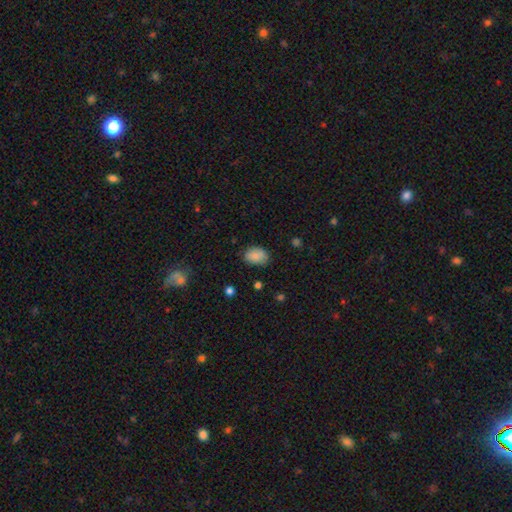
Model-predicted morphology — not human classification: smooth 87%, star or artifact 8%, featured or disk 5%. Down the decision tree: how rounded — in between (82%); merging — none (78%).